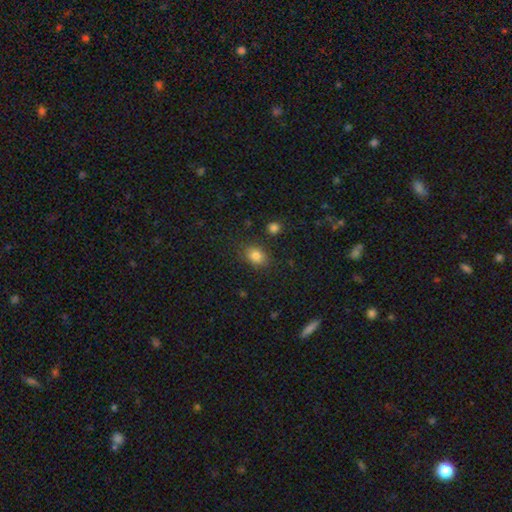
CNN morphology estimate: Smooth or featured: smooth — 84% (star or artifact — 10%)
How rounded: in between — 63% (round — 36%)
Merging: none — 81% (minor disturbance — 12%)